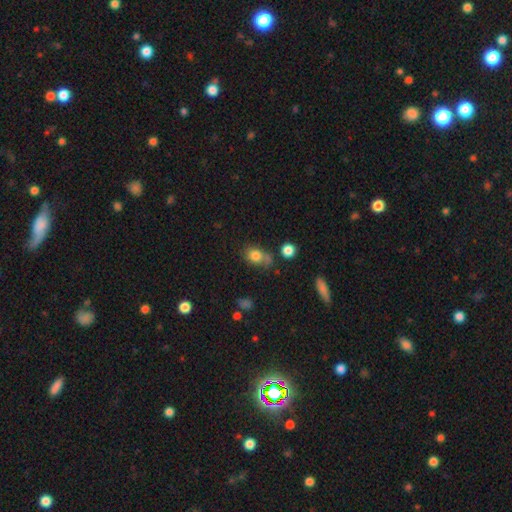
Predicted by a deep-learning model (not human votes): The model was most divided on "how rounded": in between: 59%, round: 39%, cigar-shaped: 2%. More confident: smooth or featured — smooth (79%); merging — none (51%).